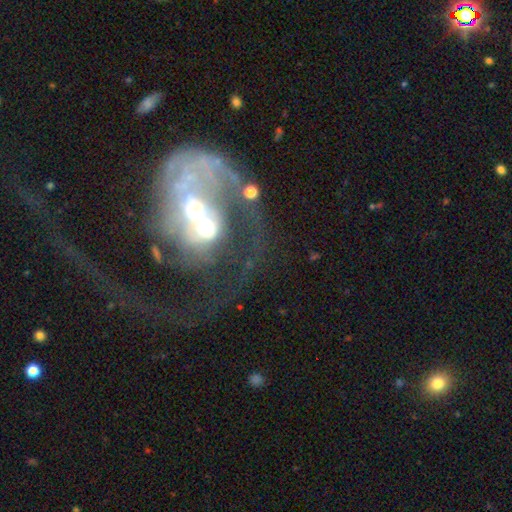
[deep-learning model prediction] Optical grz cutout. It shows a featured or disk galaxy (79%) with no bar (60%), 1 (51%) loose (40%) spiral arms (78%) and a moderate central bulge (58%). Merging: merger (41%).